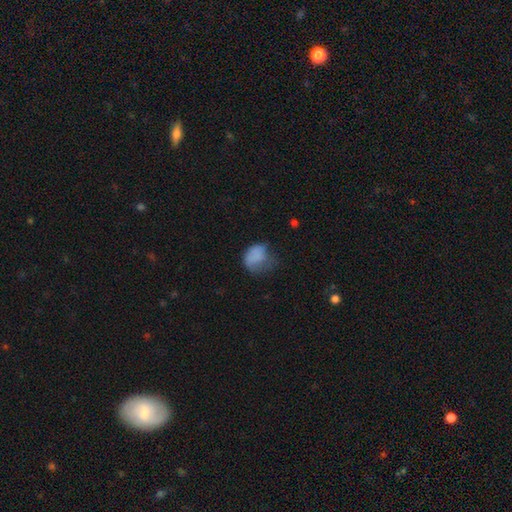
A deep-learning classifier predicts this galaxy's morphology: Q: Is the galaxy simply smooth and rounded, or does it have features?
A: smooth — 77%.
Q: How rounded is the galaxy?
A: in between — 50%.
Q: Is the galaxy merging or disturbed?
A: major disturbance — 35%.